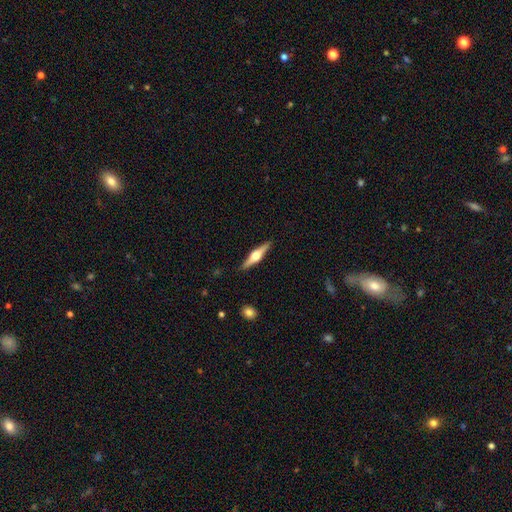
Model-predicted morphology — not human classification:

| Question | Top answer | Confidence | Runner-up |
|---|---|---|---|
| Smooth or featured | featured or disk | 68% | smooth (27%) |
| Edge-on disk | yes | 97% | no (3%) |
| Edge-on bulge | rounded | 94% | boxy (4%) |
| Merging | none | 89% | minor disturbance (8%) |